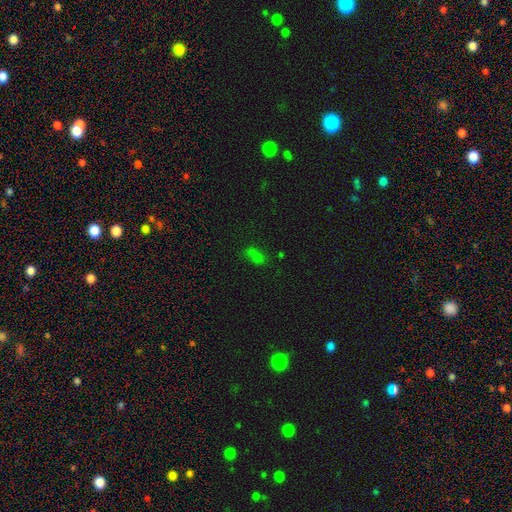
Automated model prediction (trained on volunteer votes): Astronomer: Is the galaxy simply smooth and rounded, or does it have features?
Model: smooth — 66%.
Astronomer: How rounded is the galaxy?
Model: in between — 83%.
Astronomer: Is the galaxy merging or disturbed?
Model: none — 62%.